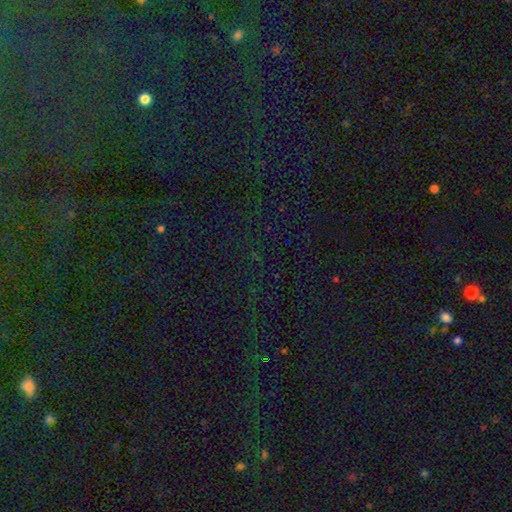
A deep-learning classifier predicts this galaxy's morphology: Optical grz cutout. It shows a star or artifact, not a galaxy (84%).